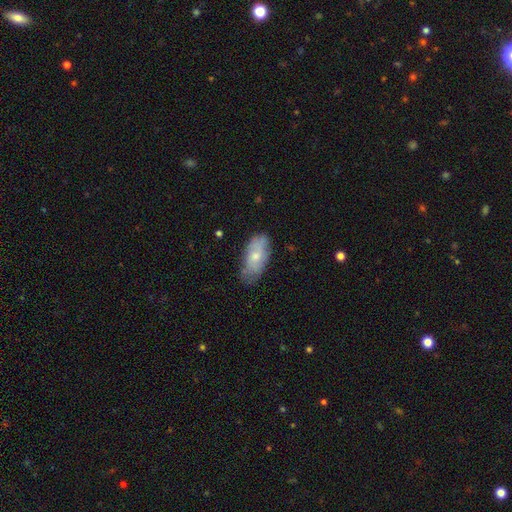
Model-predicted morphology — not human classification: This appears to be a smooth galaxy with no disk features (62%) that is in between round and cigar-shaped (90%). Merging: none (63%).